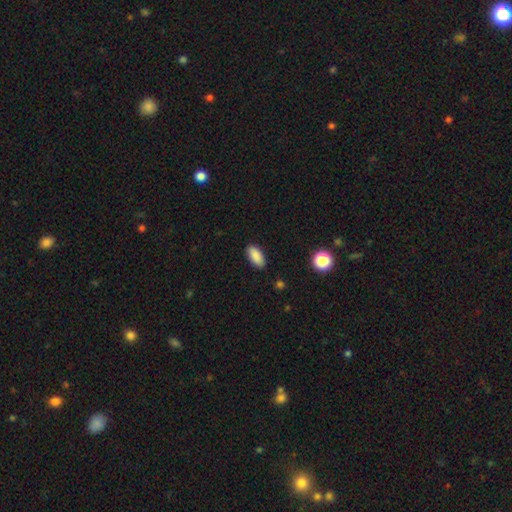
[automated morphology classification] This appears to be a smooth galaxy with no disk features (88%) that is in between round and cigar-shaped (89%). Merging: none (88%).